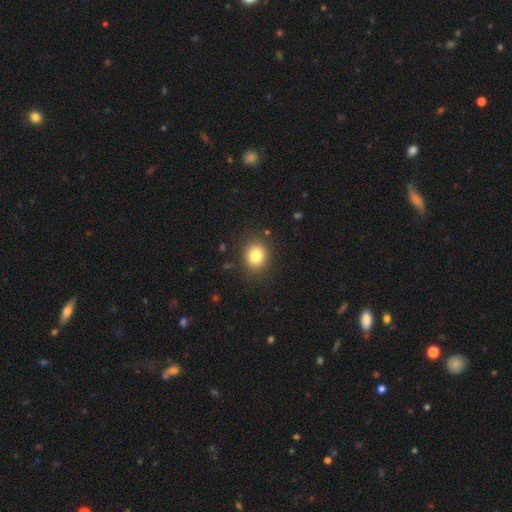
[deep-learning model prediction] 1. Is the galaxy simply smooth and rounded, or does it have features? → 81% smooth, 11% star or artifact, 8% featured or disk.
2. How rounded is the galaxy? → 72% round, 27% in between, 1% cigar-shaped.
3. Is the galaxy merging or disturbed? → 87% none, 9% minor disturbance, 3% major disturbance, 1% merger.